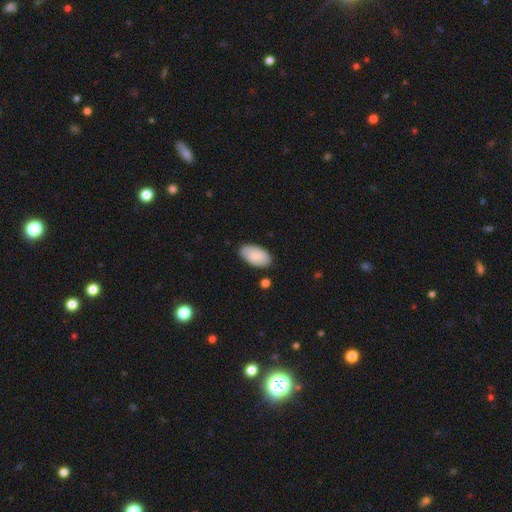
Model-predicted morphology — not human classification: Smooth or featured: smooth — 87% (featured or disk — 7%)
How rounded: in between — 96% (round — 3%)
Merging: none — 80% (minor disturbance — 15%)